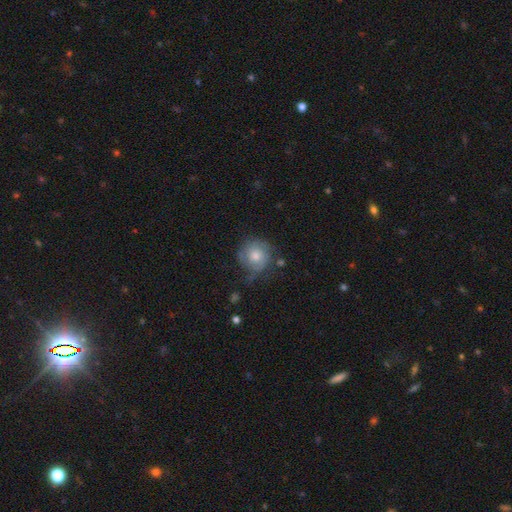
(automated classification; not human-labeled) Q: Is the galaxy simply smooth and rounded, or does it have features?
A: smooth — 50%.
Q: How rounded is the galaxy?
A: round — 90%.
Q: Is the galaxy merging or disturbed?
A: none — 60%.